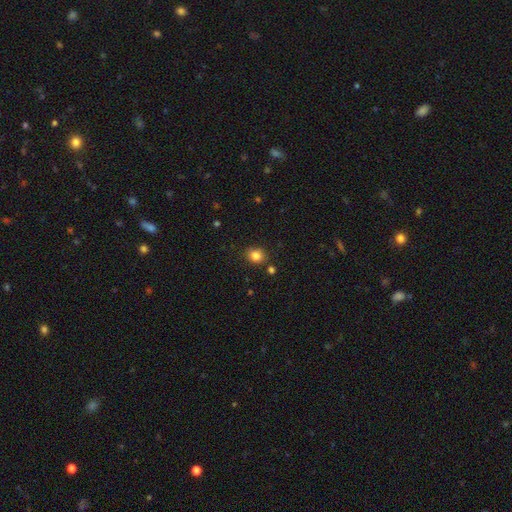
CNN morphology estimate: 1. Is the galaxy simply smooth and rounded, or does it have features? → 83% smooth, 12% star or artifact, 5% featured or disk.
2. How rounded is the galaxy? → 72% round, 27% in between, 1% cigar-shaped.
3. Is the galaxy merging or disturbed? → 85% none, 9% minor disturbance, 4% merger, 2% major disturbance.